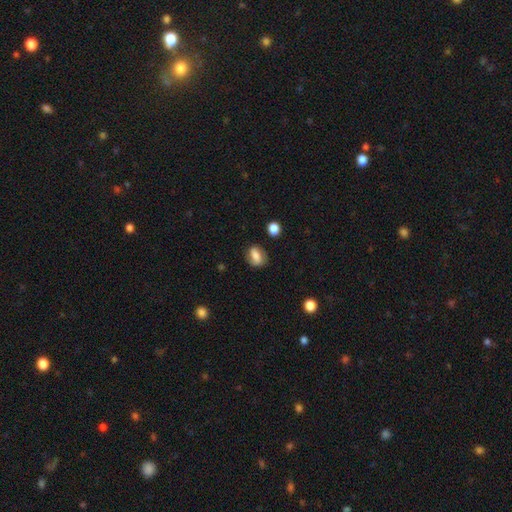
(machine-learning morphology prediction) Smooth or featured: smooth — 64% (featured or disk — 27%)
How rounded: in between — 71% (round — 23%)
Merging: none — 75% (minor disturbance — 17%)